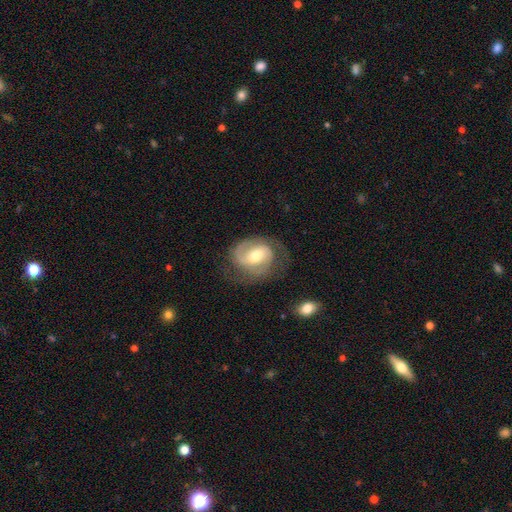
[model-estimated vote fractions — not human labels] Q: Smooth or featured?
A: featured or disk (80%); runner-up: smooth (15%)
Q: Edge-on disk?
A: no (97%); runner-up: yes (3%)
Q: Bar?
A: weak (51%); runner-up: no (30%)
Q: Spiral arms?
A: yes (94%); runner-up: no (6%)
Q: Spiral winding?
A: medium (45%); runner-up: tight (38%)
Q: Spiral arm count?
A: 2 (73%); runner-up: 1 (13%)
Q: Bulge size?
A: moderate (69%); runner-up: small (20%)
Q: Merging?
A: none (65%); runner-up: minor disturbance (20%)